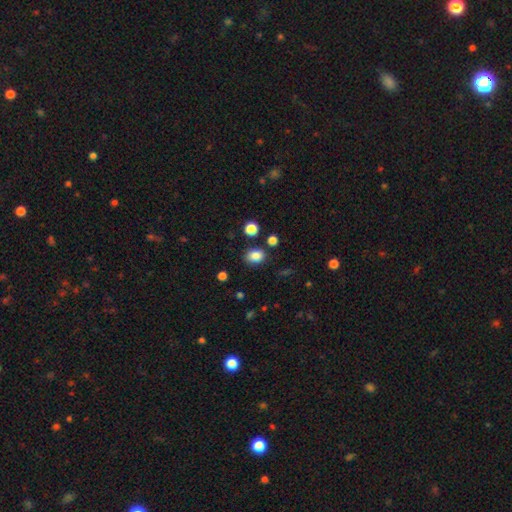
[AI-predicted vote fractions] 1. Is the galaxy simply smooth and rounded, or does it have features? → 85% smooth, 11% star or artifact, 5% featured or disk.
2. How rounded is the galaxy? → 56% in between, 43% round, 1% cigar-shaped.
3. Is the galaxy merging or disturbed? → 80% none, 11% minor disturbance, 5% merger, 4% major disturbance.